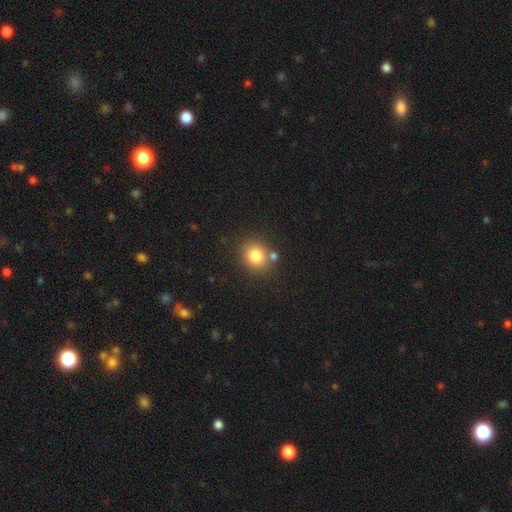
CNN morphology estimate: Q: Smooth or featured?
A: smooth (81%); runner-up: star or artifact (11%)
Q: How rounded?
A: round (75%); runner-up: in between (24%)
Q: Merging?
A: none (73%); runner-up: merger (14%)